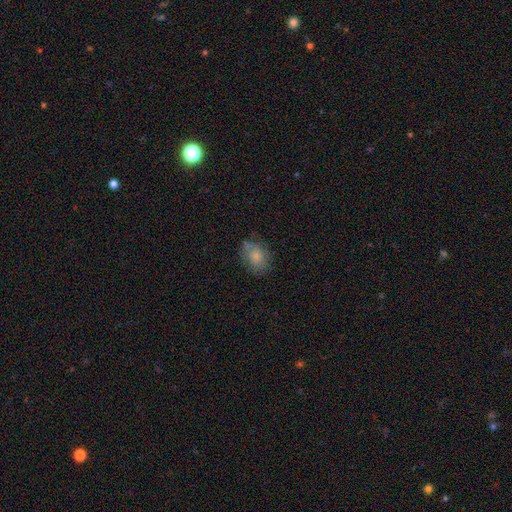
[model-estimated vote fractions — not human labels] Smooth or featured? Predicted: smooth (p=0.77). How rounded? Predicted: in between (p=0.64). Merging? Predicted: none (p=0.70).